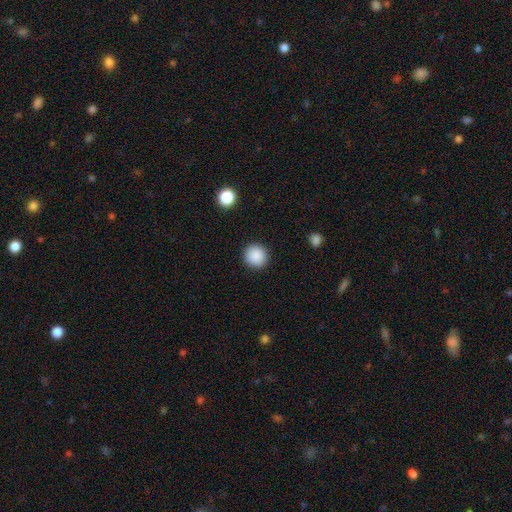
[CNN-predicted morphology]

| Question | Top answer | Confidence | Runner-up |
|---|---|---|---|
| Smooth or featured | smooth | 89% | star or artifact (9%) |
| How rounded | round | 95% | in between (4%) |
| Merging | none | 92% | minor disturbance (5%) |